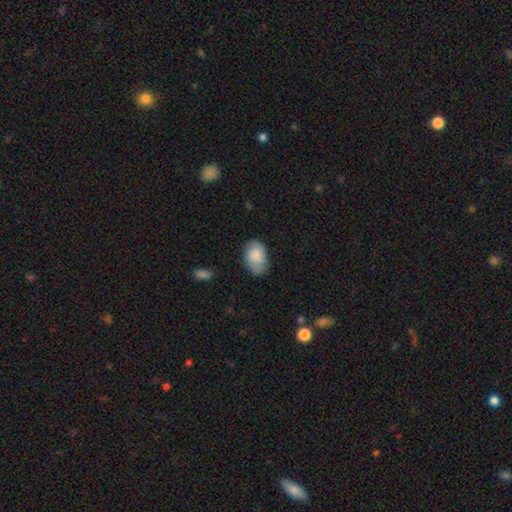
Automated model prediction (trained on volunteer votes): A smooth galaxy with no disk features (72%) that is in between round and cigar-shaped (87%).

Vote fractions:
- Smooth or featured? smooth: 72% / featured or disk: 21% / star or artifact: 7%
- How rounded? in between: 87% / round: 12% / cigar-shaped: 1%
- Merging? none: 72% / minor disturbance: 21% / major disturbance: 5% / merger: 1%